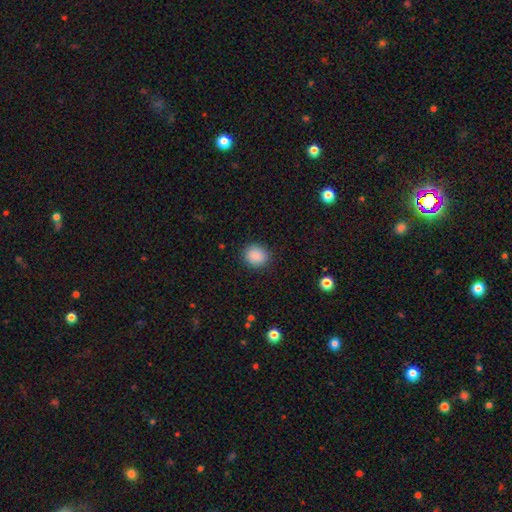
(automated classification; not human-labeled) A smooth galaxy with no disk features (89%) that is round (78%). Merging: none (89%).